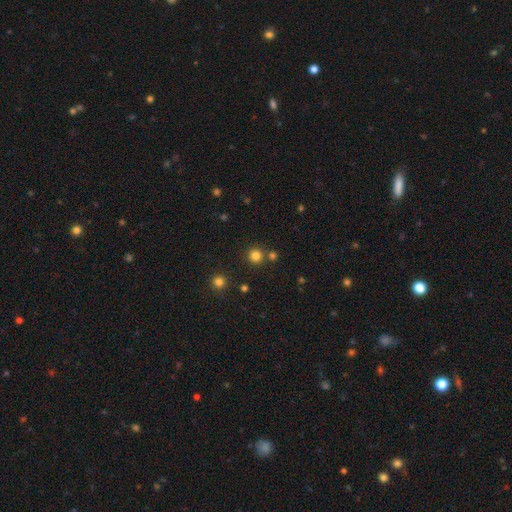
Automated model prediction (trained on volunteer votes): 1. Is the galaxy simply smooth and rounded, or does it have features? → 79% smooth, 16% star or artifact, 4% featured or disk.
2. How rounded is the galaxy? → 95% round, 4% in between, 1% cigar-shaped.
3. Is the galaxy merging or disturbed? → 82% none, 10% merger, 6% minor disturbance, 2% major disturbance.